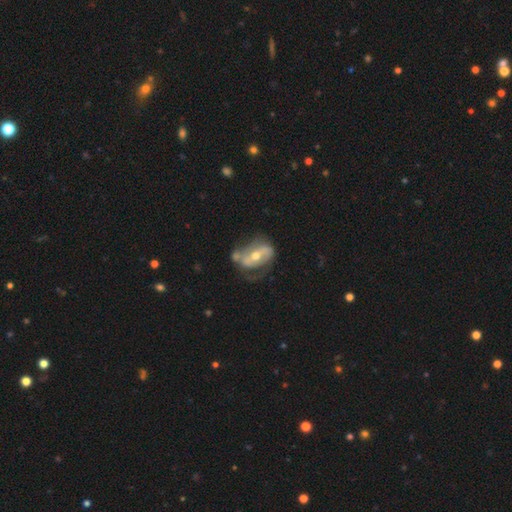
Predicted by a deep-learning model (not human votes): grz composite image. It shows a featured or disk galaxy (71%) with a strong bar (45%), spiral arms (64%) and a moderate central bulge (65%). Merging: none (37%).